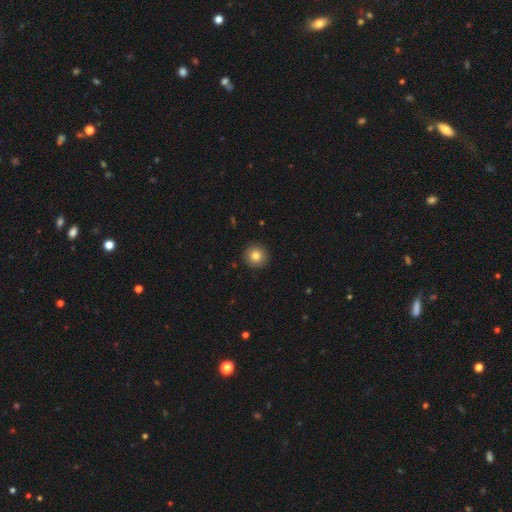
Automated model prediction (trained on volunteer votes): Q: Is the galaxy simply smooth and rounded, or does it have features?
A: smooth — 82%.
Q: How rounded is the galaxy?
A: round — 95%.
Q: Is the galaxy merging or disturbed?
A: none — 93%.